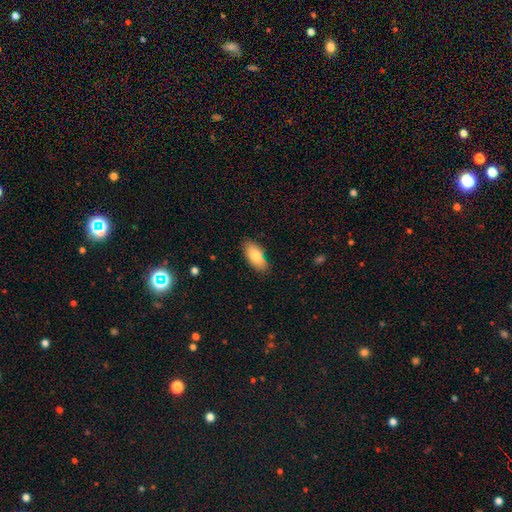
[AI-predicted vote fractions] Smooth or featured?
  - smooth: 80% *
  - featured or disk: 14%
  - star or artifact: 7%
How rounded?
  - in between: 88% *
  - cigar-shaped: 9%
  - round: 3%
Merging?
  - none: 84% *
  - minor disturbance: 13%
  - major disturbance: 2%
  - merger: 1%